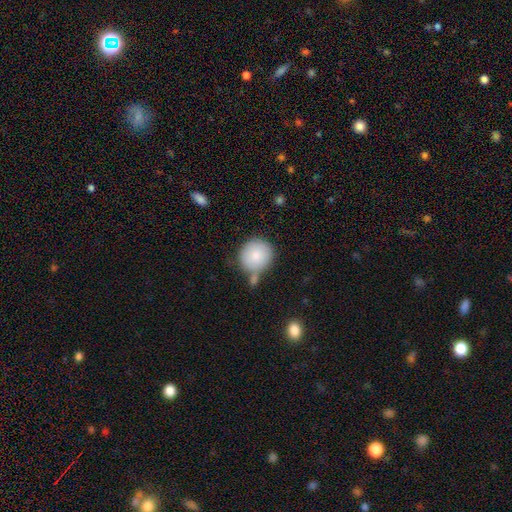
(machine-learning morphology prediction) smooth_or_featured: smooth (p=0.84) [alt: featured or disk p=0.09]
how_rounded: round (p=0.91) [alt: in between p=0.08]
merging: none (p=0.60) [alt: merger p=0.18]